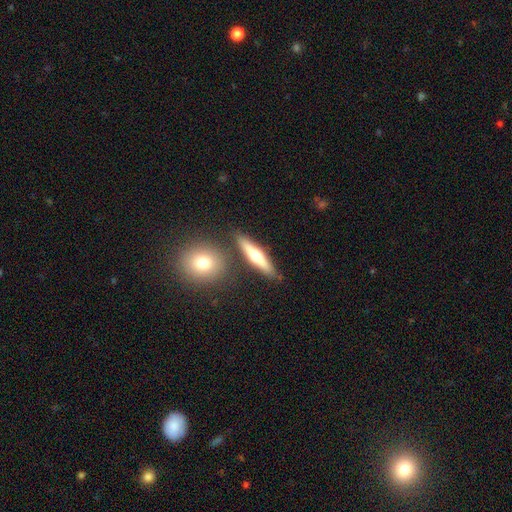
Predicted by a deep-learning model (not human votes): Smooth or featured? Predicted: featured or disk (p=0.50). Merging? Predicted: none (p=0.80).